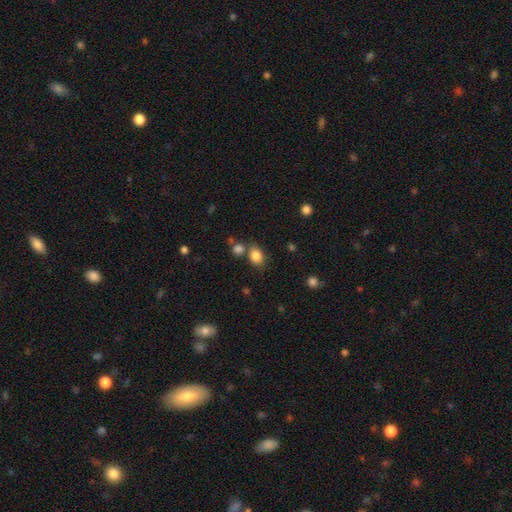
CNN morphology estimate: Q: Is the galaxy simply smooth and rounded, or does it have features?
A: smooth — 84%.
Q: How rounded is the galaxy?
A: in between — 60%.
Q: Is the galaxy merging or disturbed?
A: none — 65%.